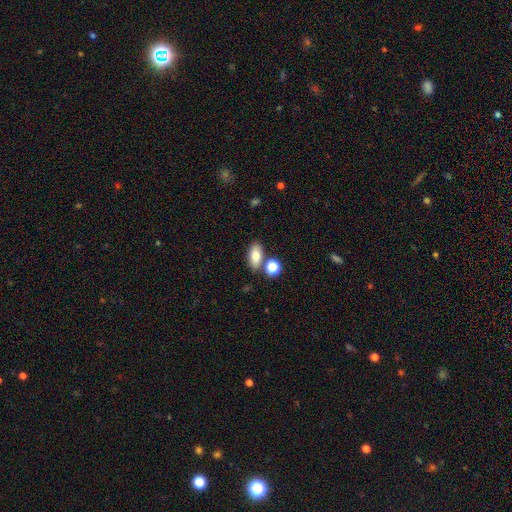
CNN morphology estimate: Overall: smooth (78%). How rounded: in between (86%). Merging: none (72%).